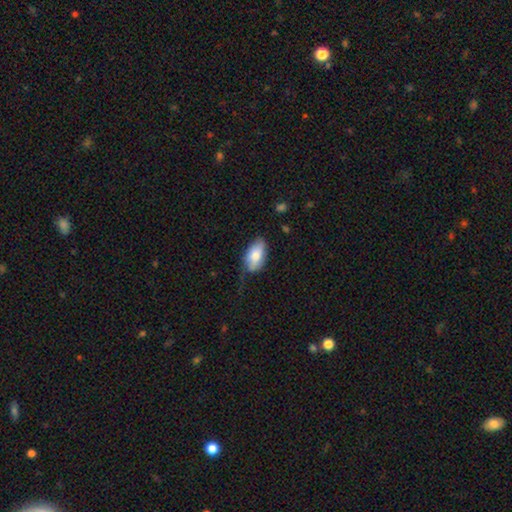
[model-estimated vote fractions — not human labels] Smooth or featured: smooth — 76% (featured or disk — 18%)
How rounded: in between — 93% (round — 4%)
Merging: none — 58% (minor disturbance — 31%)